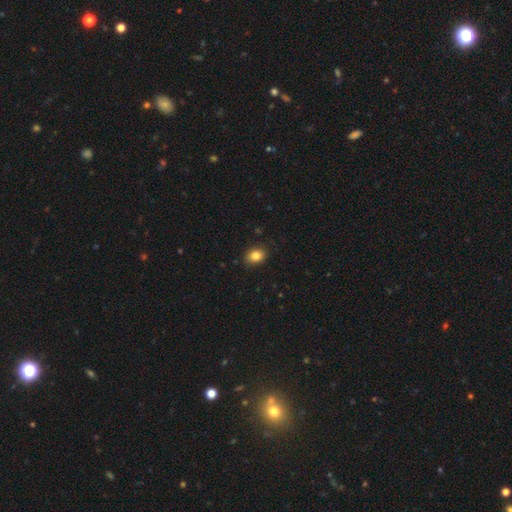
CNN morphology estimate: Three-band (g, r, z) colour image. It shows a smooth galaxy with no disk features (84%) that is in between round and cigar-shaped (61%). Merging: none (86%).